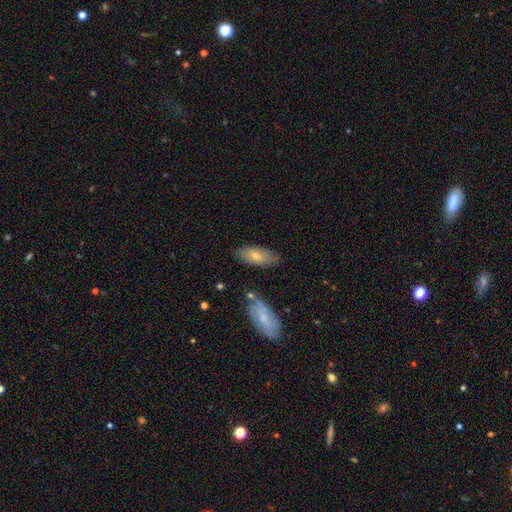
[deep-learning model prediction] Smooth or featured?
  - smooth: 62% *
  - featured or disk: 30%
  - star or artifact: 8%
How rounded?
  - in between: 81% *
  - cigar-shaped: 17%
  - round: 3%
Merging?
  - none: 76% *
  - minor disturbance: 15%
  - merger: 5%
  - major disturbance: 3%